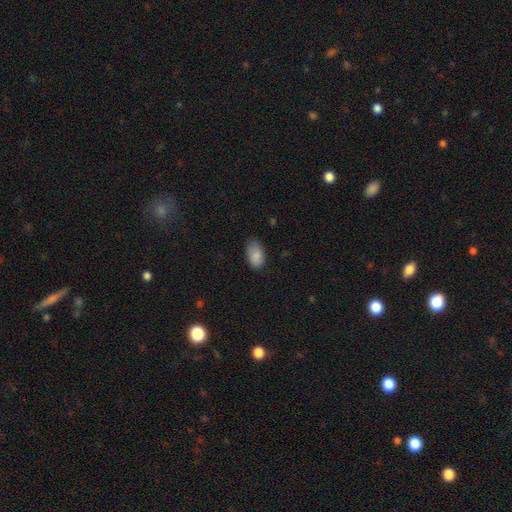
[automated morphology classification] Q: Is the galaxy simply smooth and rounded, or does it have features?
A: smooth — 86%.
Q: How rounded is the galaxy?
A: in between — 92%.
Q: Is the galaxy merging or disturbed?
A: none — 69%.